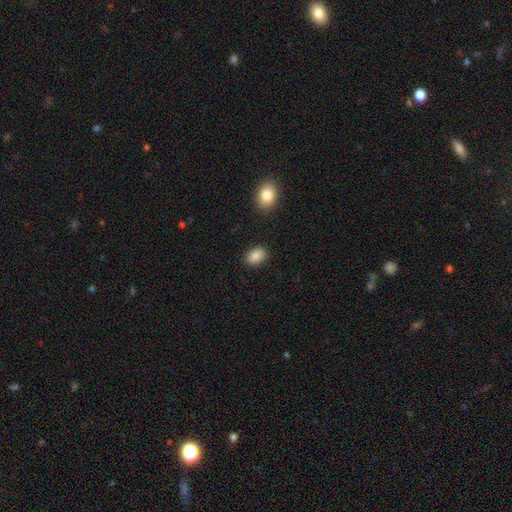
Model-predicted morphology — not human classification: Smooth or featured? smooth (86%)
How rounded? in between (84%)
Merging? none (87%)